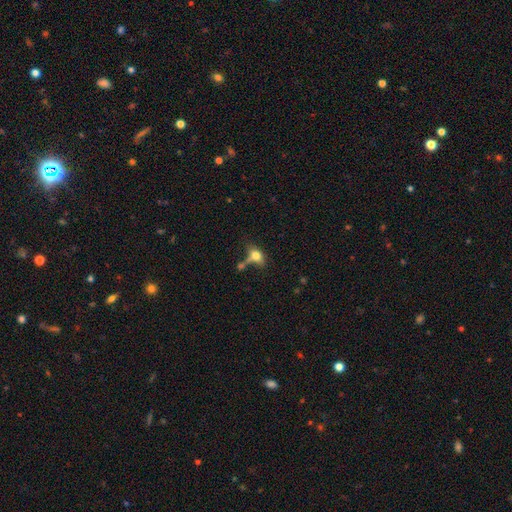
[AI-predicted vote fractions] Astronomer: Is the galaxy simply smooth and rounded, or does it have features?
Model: smooth — 73%.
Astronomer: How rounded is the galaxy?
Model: in between — 77%.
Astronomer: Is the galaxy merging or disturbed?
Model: none — 39% (runner-up: merger, 28%).